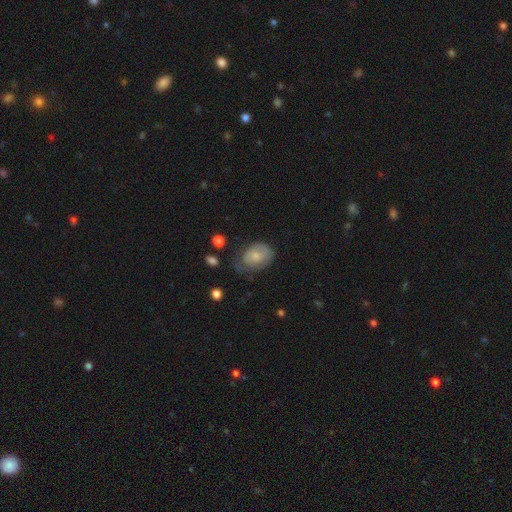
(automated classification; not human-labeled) smooth 67%, featured or disk 26%, star or artifact 7%. Down the decision tree: how rounded — in between (71%); merging — none (46%).